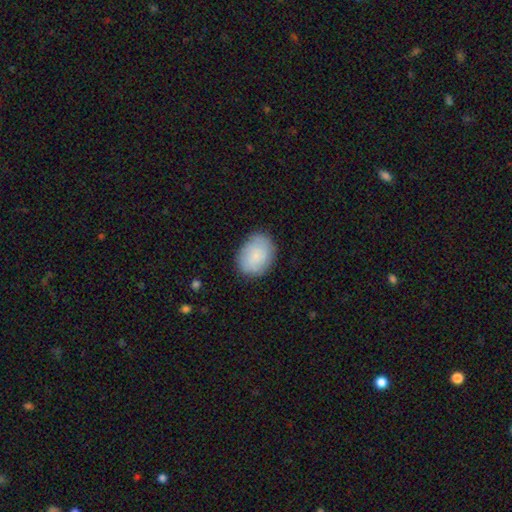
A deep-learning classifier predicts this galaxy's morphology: Q: Smooth or featured?
A: smooth (72%); runner-up: featured or disk (21%)
Q: How rounded?
A: in between (65%); runner-up: round (34%)
Q: Merging?
A: none (81%); runner-up: minor disturbance (15%)